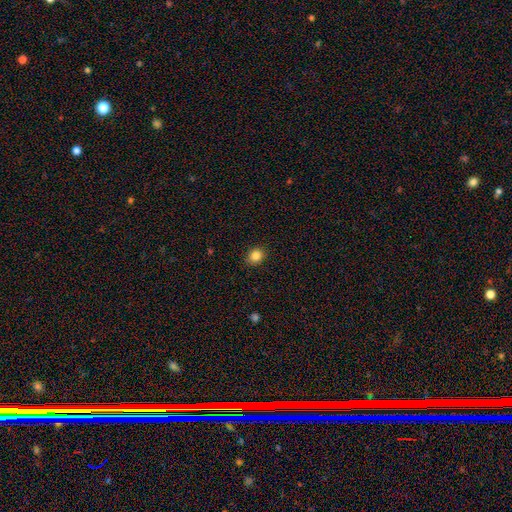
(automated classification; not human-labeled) Smooth or featured?
  - smooth: 84% *
  - star or artifact: 11%
  - featured or disk: 5%
How rounded?
  - round: 66% *
  - in between: 33%
  - cigar-shaped: 1%
Merging?
  - none: 89% *
  - minor disturbance: 8%
  - major disturbance: 2%
  - merger: 1%